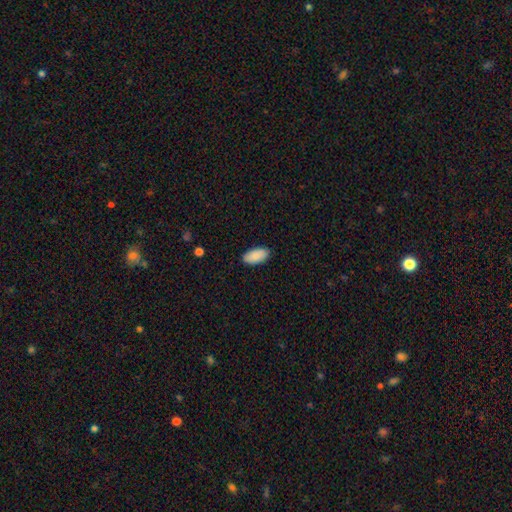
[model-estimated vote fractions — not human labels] Overall: smooth (89%). How rounded: in between (95%). Merging: none (88%).